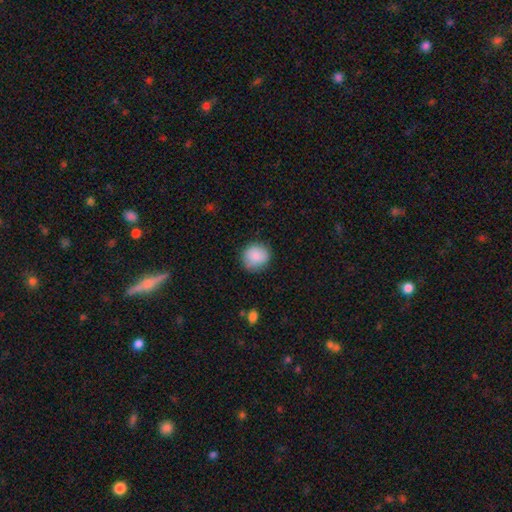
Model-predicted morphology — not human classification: This is clearly a smooth galaxy (87%). How rounded: clearly round (87%). Merging: clearly none (83%).